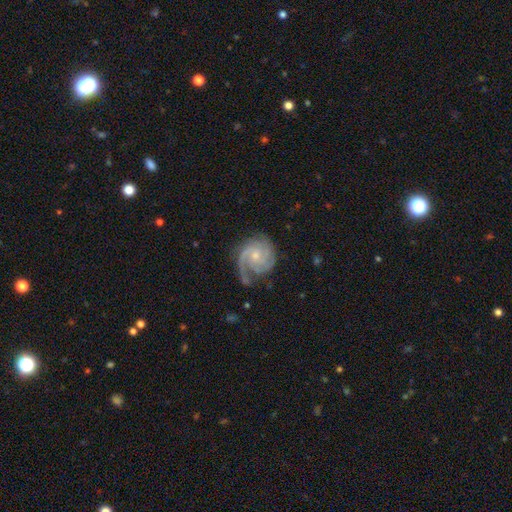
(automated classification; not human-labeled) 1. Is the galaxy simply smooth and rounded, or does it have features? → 88% featured or disk, 7% smooth, 5% star or artifact.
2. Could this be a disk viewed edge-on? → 98% no, 2% yes.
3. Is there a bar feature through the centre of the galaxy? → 67% no, 28% weak, 4% strong.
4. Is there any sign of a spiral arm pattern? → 98% yes, 2% no.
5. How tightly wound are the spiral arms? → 54% tight, 37% medium, 8% loose.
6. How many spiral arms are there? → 35% 2 (tied), 35% 3 (tied), 12% can't tell, 7% 1, 6% 4, 5% more than 4.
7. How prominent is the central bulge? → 62% small, 32% moderate, 3% none, 1% large, 1% dominant.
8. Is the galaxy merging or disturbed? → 65% none, 22% minor disturbance, 11% major disturbance, 2% merger.